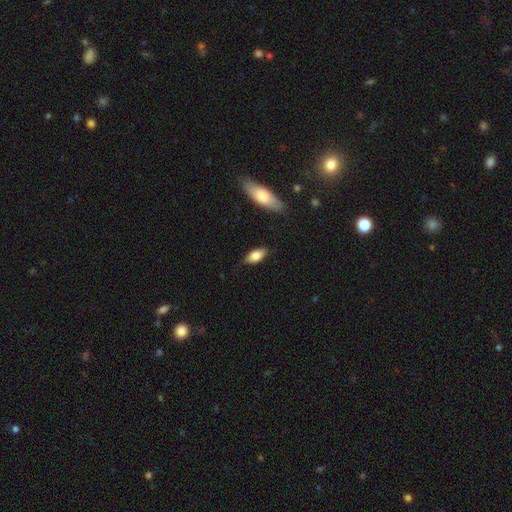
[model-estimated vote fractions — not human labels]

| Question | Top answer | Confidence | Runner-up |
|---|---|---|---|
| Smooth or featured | smooth | 77% | featured or disk (16%) |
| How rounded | in between | 84% | cigar-shaped (13%) |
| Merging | none | 83% | minor disturbance (13%) |